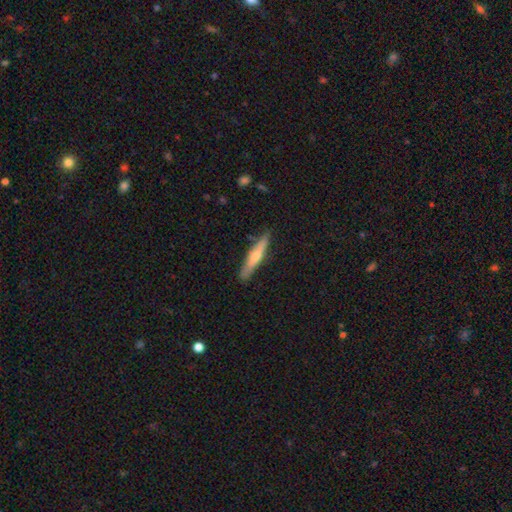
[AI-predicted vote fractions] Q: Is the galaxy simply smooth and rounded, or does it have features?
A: smooth — 52%.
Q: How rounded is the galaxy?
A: cigar-shaped — 91%.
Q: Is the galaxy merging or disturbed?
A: none — 86%.